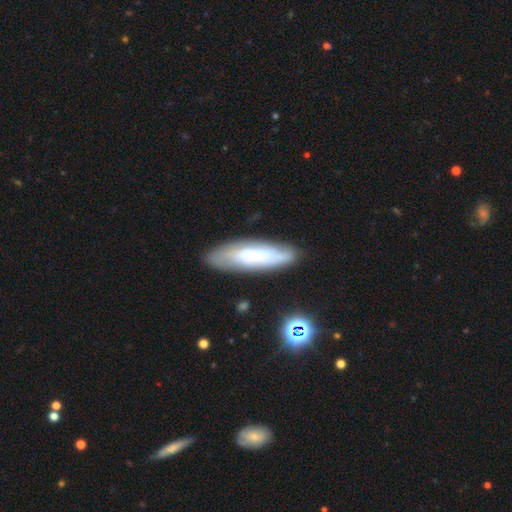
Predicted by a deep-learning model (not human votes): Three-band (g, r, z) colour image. It shows a featured or disk galaxy (54%). Merging: none (79%).